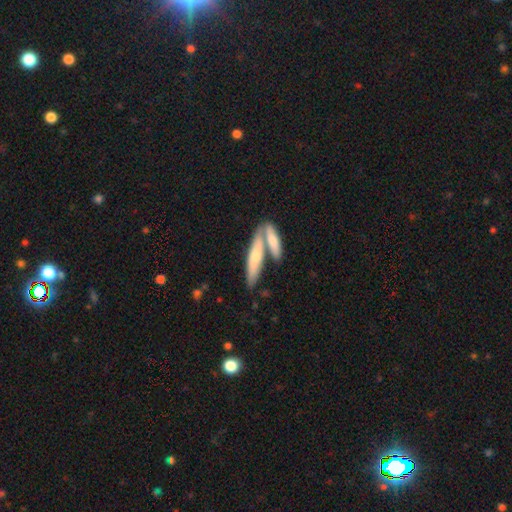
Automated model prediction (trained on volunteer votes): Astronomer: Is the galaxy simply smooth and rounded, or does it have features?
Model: smooth — 63%.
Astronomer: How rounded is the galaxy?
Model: cigar-shaped — 74%.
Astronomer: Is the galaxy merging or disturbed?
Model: none — 47% (runner-up: merger, 40%).